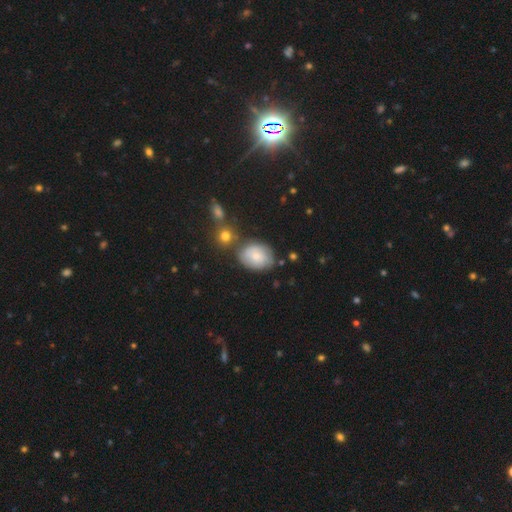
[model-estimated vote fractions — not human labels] Smooth or featured: smooth — 68% (featured or disk — 24%)
How rounded: in between — 65% (round — 33%)
Merging: none — 63% (minor disturbance — 20%)